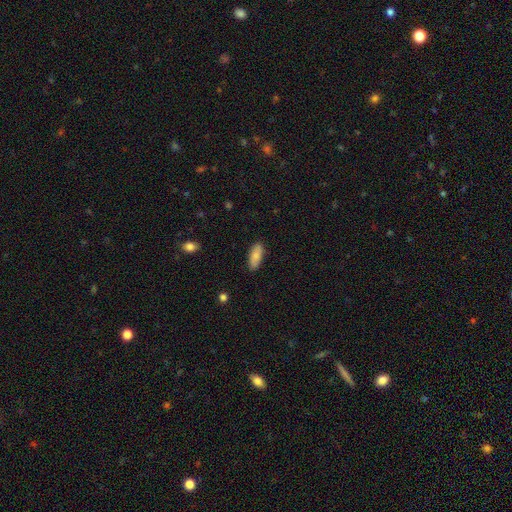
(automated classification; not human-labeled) Overall: smooth (82%). How rounded: in between (75%). Merging: none (87%).